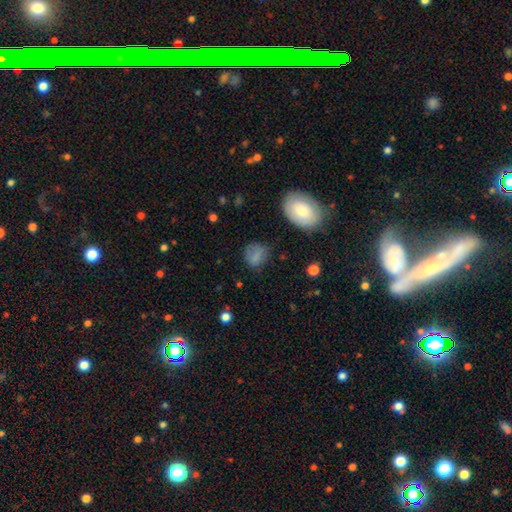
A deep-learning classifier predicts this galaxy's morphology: A smooth galaxy with no disk features (79%) that is round (59%).

Vote fractions:
- Smooth or featured? smooth: 79% / star or artifact: 11% / featured or disk: 10%
- How rounded? round: 59% / in between: 39% / cigar-shaped: 2%
- Merging? none: 66% / minor disturbance: 22% / major disturbance: 10% / merger: 3%